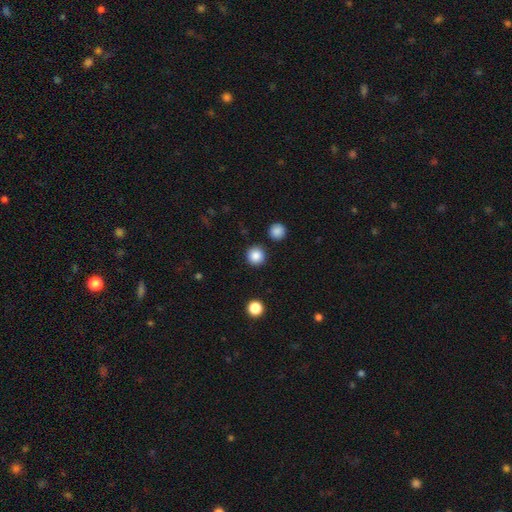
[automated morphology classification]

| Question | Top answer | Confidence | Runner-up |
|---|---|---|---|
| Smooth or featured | smooth | 86% | star or artifact (10%) |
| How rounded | round | 95% | in between (4%) |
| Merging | none | 90% | minor disturbance (5%) |